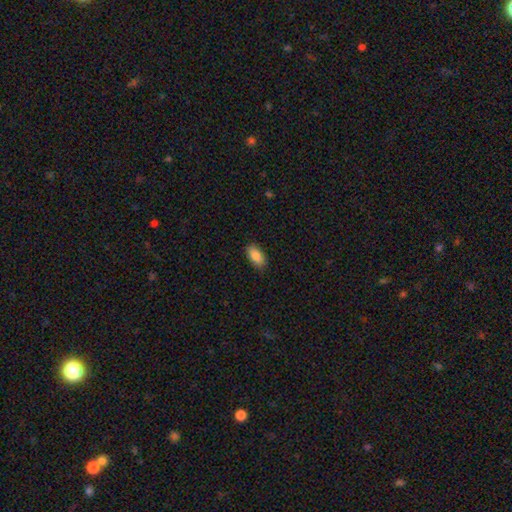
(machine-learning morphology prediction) type=smooth (87%); roundness=in between (90%); merging=none (88%).